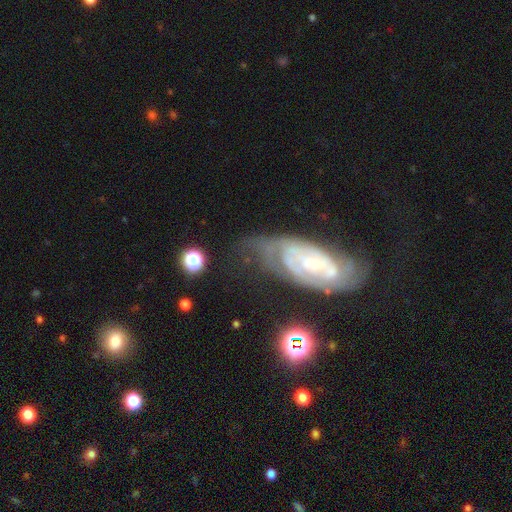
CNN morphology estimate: This appears to be a featured or disk galaxy (81%) with no bar (50%), 2 (43%) tight (66%) spiral arms (94%) and a small central bulge (62%). Merging: none (59%).